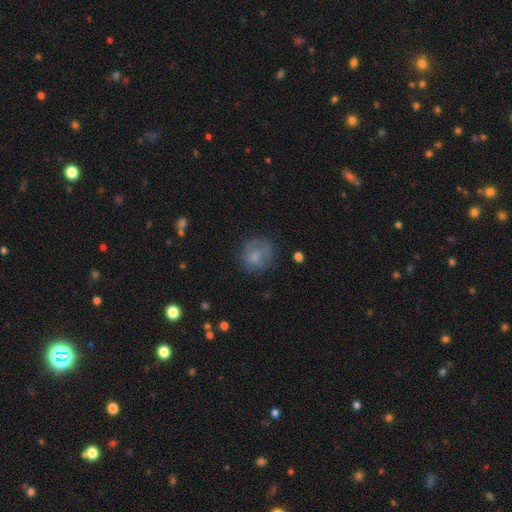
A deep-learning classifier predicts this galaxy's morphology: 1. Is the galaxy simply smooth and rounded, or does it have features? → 66% smooth, 23% featured or disk, 11% star or artifact.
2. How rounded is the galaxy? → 76% round, 23% in between, 1% cigar-shaped.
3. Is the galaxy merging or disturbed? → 59% none, 23% minor disturbance, 16% major disturbance, 2% merger.